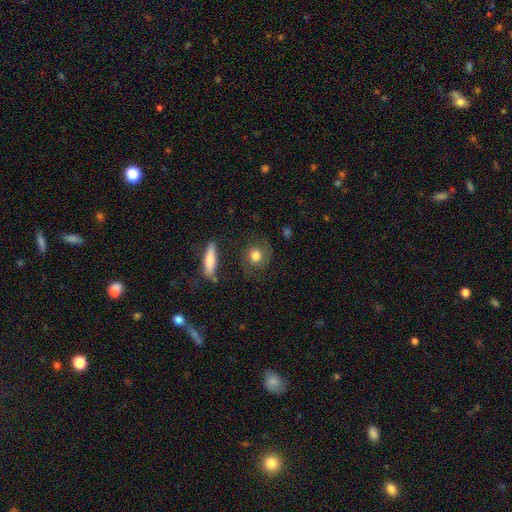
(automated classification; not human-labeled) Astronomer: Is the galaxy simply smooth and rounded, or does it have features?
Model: smooth — 74%.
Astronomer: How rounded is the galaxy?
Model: round — 75%.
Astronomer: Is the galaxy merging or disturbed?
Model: none — 72%.